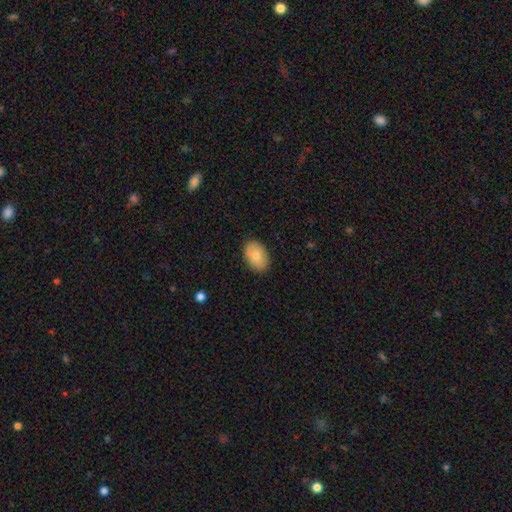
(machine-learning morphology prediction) Smooth or featured?
  - smooth: 80% *
  - featured or disk: 13%
  - star or artifact: 7%
How rounded?
  - in between: 88% *
  - round: 11%
  - cigar-shaped: 1%
Merging?
  - none: 87% *
  - minor disturbance: 10%
  - major disturbance: 2%
  - merger: 1%